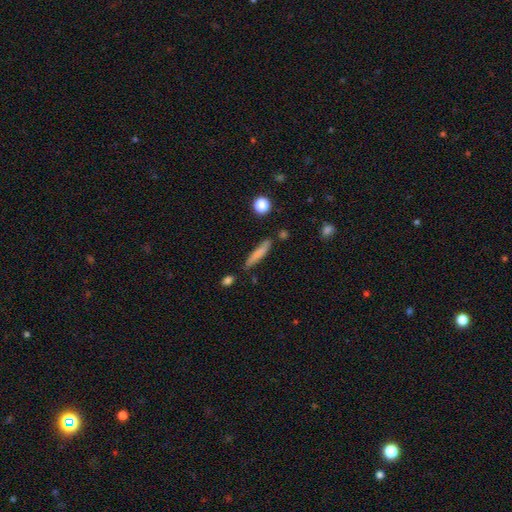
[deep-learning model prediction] This is likely a smooth galaxy (69%). How rounded: clearly cigar-shaped (92%). Merging: clearly none (81%).